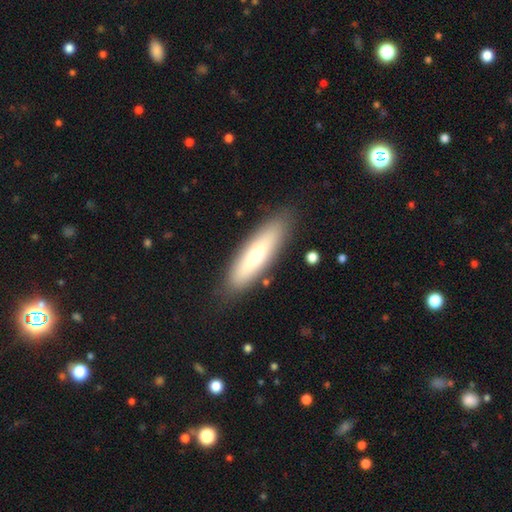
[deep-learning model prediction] Overall: smooth (62%; featured or disk 31%). How rounded: cigar-shaped (58%; in between 40%). Merging: none (85%).